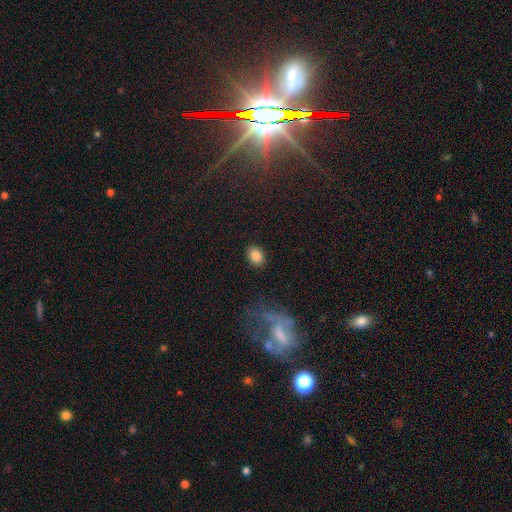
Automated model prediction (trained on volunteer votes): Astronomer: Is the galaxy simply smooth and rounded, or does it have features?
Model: smooth — 85%.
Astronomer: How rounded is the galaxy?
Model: in between — 68%.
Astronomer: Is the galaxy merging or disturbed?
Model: none — 86%.